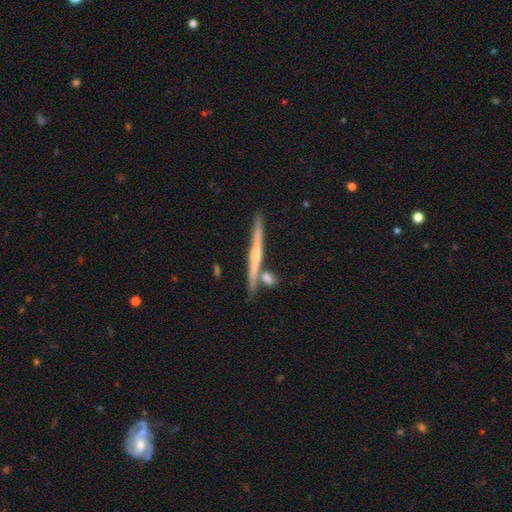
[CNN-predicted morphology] Smooth or featured?
  - featured or disk: 67% *
  - smooth: 26%
  - star or artifact: 6%
Edge-on disk?
  - yes: 97% *
  - no: 3%
Edge-on bulge?
  - rounded: 58% *
  - none: 33%
  - boxy: 9%
Merging?
  - none: 79% *
  - merger: 10%
  - minor disturbance: 9%
  - major disturbance: 2%